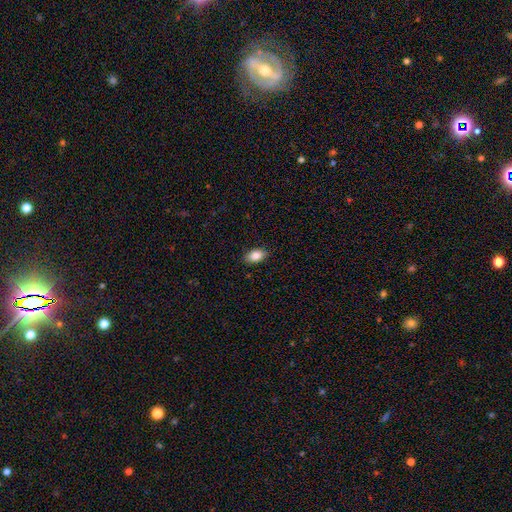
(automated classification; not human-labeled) smooth_or_featured: smooth (p=0.86) [alt: star or artifact p=0.08]
how_rounded: in between (p=0.91) [alt: round p=0.07]
merging: none (p=0.88) [alt: minor disturbance p=0.09]